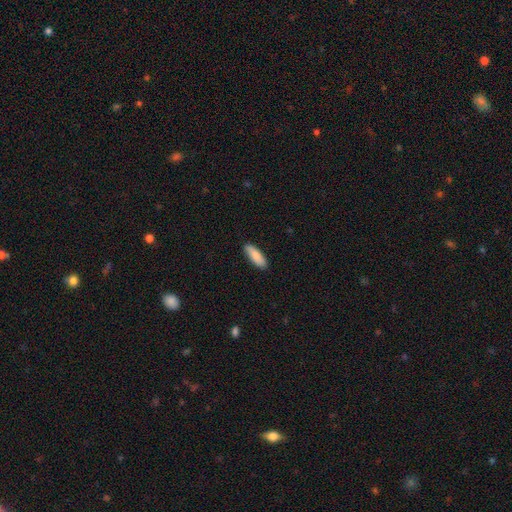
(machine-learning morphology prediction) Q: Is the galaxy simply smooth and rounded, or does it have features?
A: smooth — 85%.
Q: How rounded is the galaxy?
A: in between — 57%.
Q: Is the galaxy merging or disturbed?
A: none — 88%.